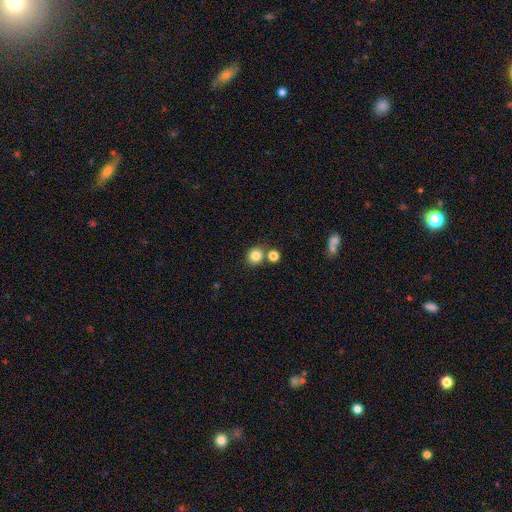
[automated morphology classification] Smooth or featured: smooth — 83% (star or artifact — 11%)
How rounded: round — 84% (in between — 15%)
Merging: none — 68% (merger — 20%)